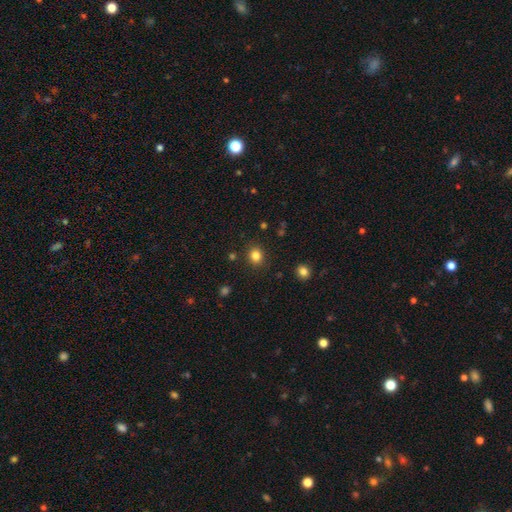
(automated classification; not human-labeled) This appears to be a smooth galaxy with no disk features (83%) that is round (76%). Merging: none (88%).